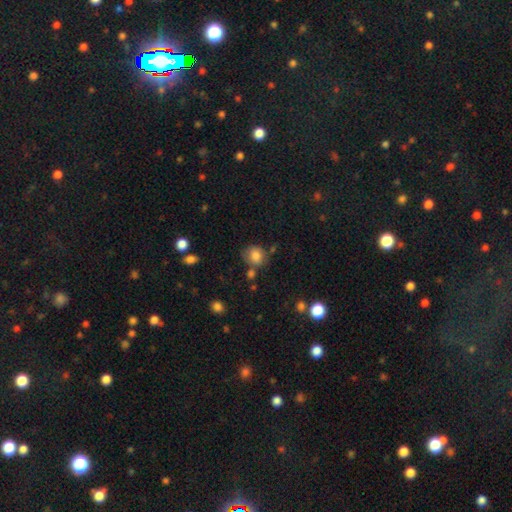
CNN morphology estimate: Q: Smooth or featured?
A: smooth (82%); runner-up: star or artifact (10%)
Q: How rounded?
A: round (67%); runner-up: in between (32%)
Q: Merging?
A: none (65%); runner-up: minor disturbance (19%)